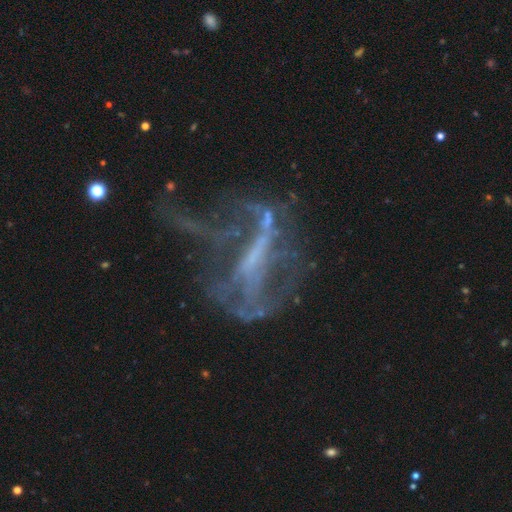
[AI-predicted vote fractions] Smooth or featured?
  - featured or disk: 71% *
  - star or artifact: 19%
  - smooth: 10%
Edge-on disk?
  - no: 90% *
  - yes: 10%
Bar?
  - no: 38% *
  - strong: 35%
  - weak: 27%
Spiral arms?
  - no: 59% *
  - yes: 41%
Bulge size?
  - none: 62% *
  - small: 22%
  - moderate: 12%
  - large: 3%
  - dominant: 1%
Merging?
  - major disturbance: 50% *
  - none: 27%
  - minor disturbance: 13%
  - merger: 9%